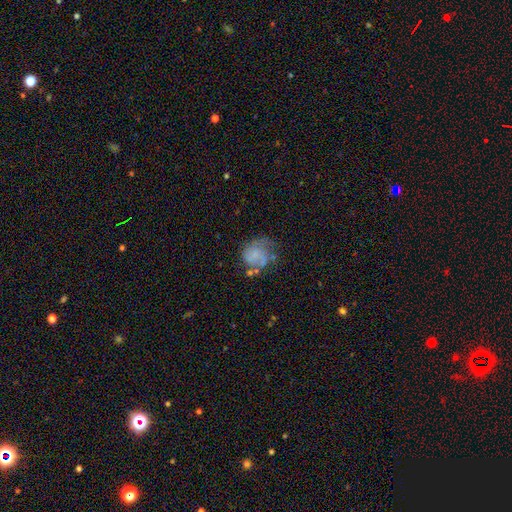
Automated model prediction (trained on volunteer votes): Q: Smooth or featured?
A: featured or disk (55%); runner-up: smooth (36%)
Q: Edge-on disk?
A: no (98%); runner-up: yes (2%)
Q: Bar?
A: no (76%); runner-up: weak (21%)
Q: Spiral arms?
A: yes (75%); runner-up: no (25%)
Q: Bulge size?
A: none (43%); runner-up: small (37%)
Q: Merging?
A: none (38%); runner-up: minor disturbance (28%)